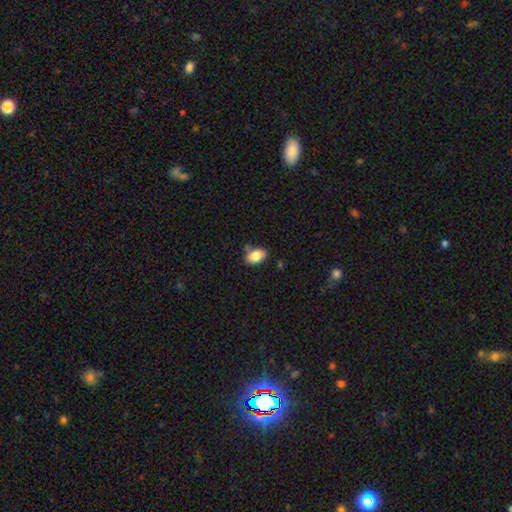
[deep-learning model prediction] The model was most divided on "merging": none: 70%, minor disturbance: 21%, merger: 5%, major disturbance: 4%. More confident: how rounded — in between (87%); smooth or featured — smooth (86%).